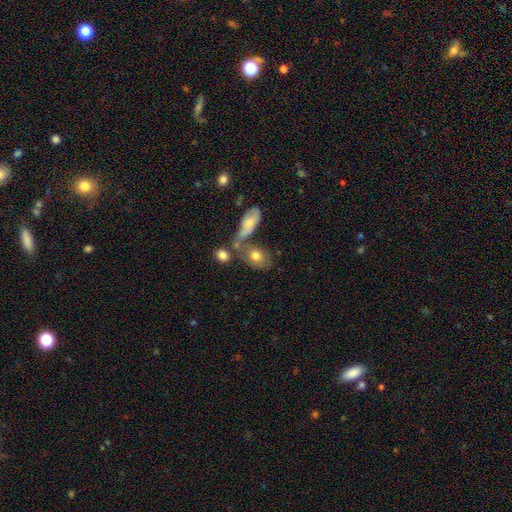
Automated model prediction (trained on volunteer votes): smooth_or_featured: smooth (p=0.72) [alt: featured or disk p=0.20]
how_rounded: in between (p=0.72) [alt: round p=0.24]
merging: none (p=0.40) [alt: merger p=0.36]